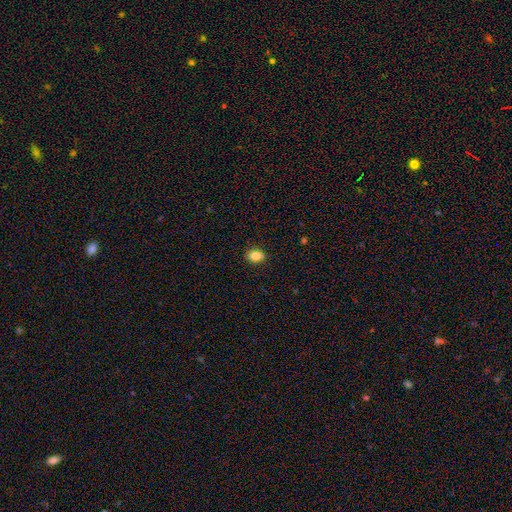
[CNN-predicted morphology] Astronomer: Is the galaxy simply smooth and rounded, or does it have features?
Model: smooth — 86%.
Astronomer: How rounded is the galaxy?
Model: in between — 70%.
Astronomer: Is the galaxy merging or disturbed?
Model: none — 89%.